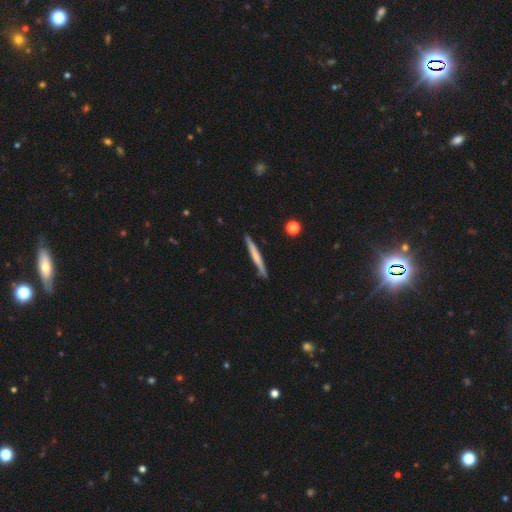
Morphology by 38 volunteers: Smooth or featured? 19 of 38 (50%, tied with featured or disk) said smooth. How rounded? 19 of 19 (100%) said cigar-shaped. Merging? 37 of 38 (97%) said none.